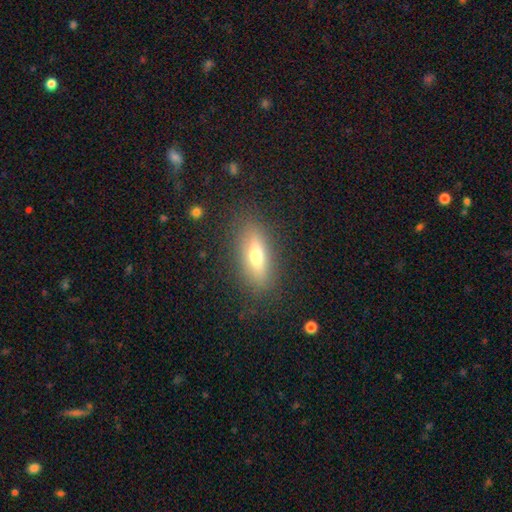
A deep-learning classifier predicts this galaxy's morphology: smooth-or-featured: smooth: 57% | featured or disk: 34% | star or artifact: 9%
  how-rounded: in between: 57% | cigar-shaped: 39% | round: 4%
  merging: none: 85% | minor disturbance: 10% | major disturbance: 4% | merger: 1%